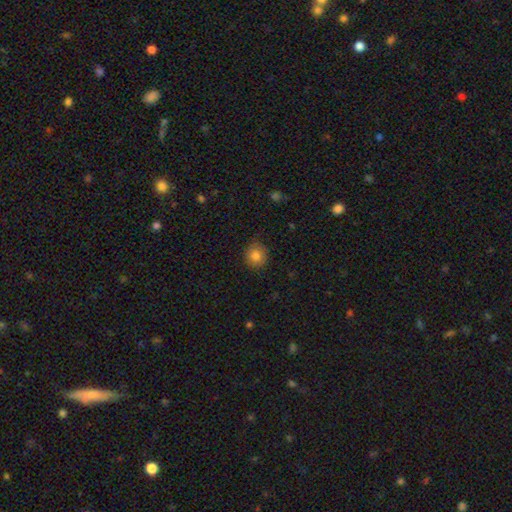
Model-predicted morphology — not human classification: This appears to be a smooth galaxy with no disk features (83%) that is round (86%). Merging: none (84%).